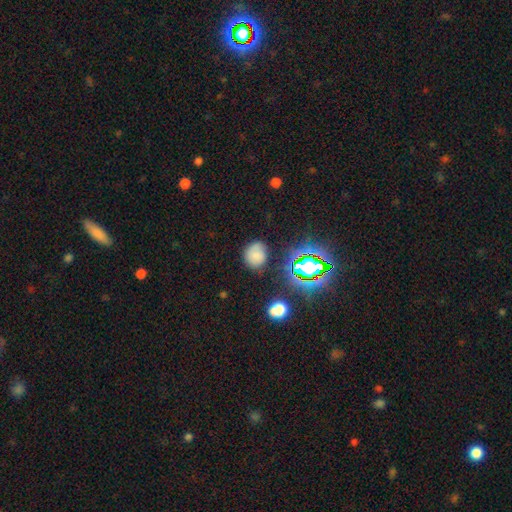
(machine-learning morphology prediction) smooth 71%, star or artifact 17%, featured or disk 12%. Down the decision tree: how rounded — round (70%); merging — none (72%).